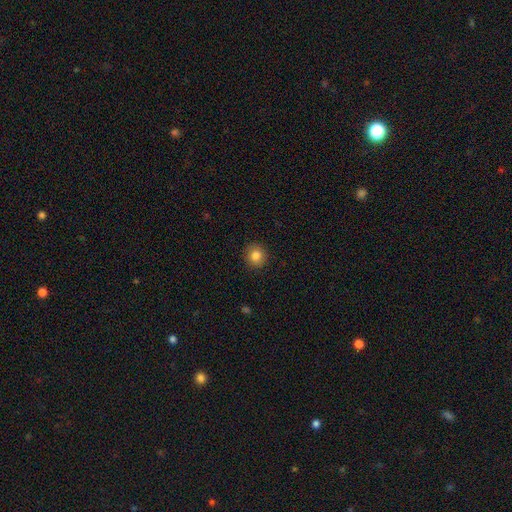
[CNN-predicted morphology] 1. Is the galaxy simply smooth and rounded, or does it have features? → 84% smooth, 10% star or artifact, 6% featured or disk.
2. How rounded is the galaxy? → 89% round, 10% in between, 1% cigar-shaped.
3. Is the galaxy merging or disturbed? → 91% none, 6% minor disturbance, 2% major disturbance, 1% merger.